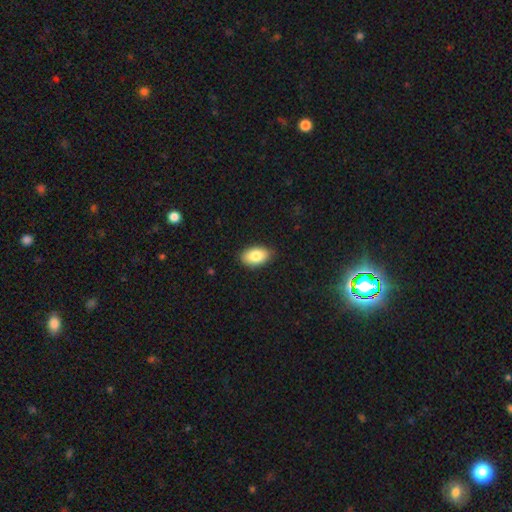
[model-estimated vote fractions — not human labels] This is clearly a smooth galaxy (83%). How rounded: clearly in between (92%). Merging: clearly none (86%).